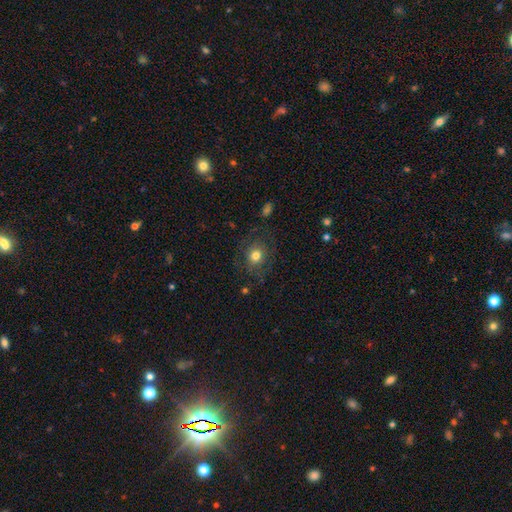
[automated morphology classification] Smooth or featured? Predicted: smooth (p=0.68). How rounded? Predicted: round (p=0.73). Merging? Predicted: none (p=0.73).